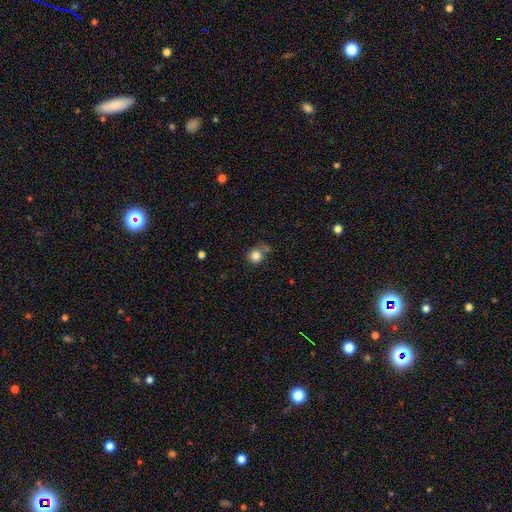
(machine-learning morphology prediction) This is clearly a smooth galaxy (83%). How rounded: clearly round (90%). Merging: likely none (65%).